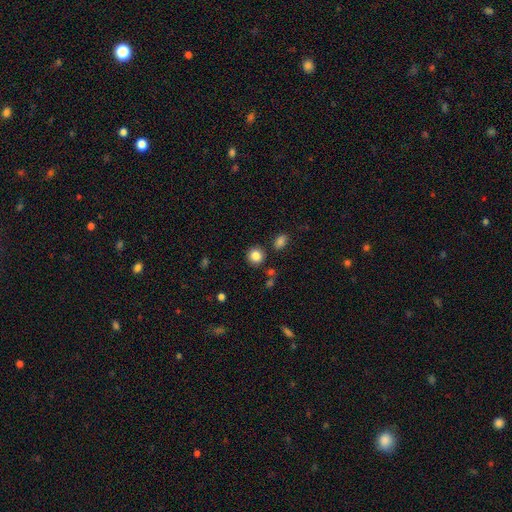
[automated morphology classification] Smooth or featured? smooth (84%)
How rounded? round (89%)
Merging? none (84%)